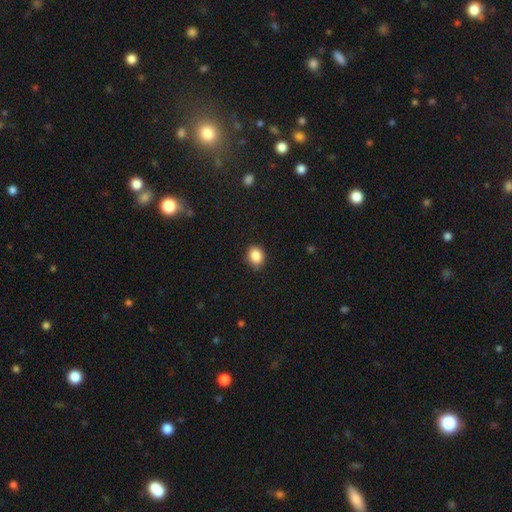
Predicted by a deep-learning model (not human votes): Smooth or featured? Predicted: smooth (p=0.87). How rounded? Predicted: round (p=0.58). Merging? Predicted: none (p=0.77).